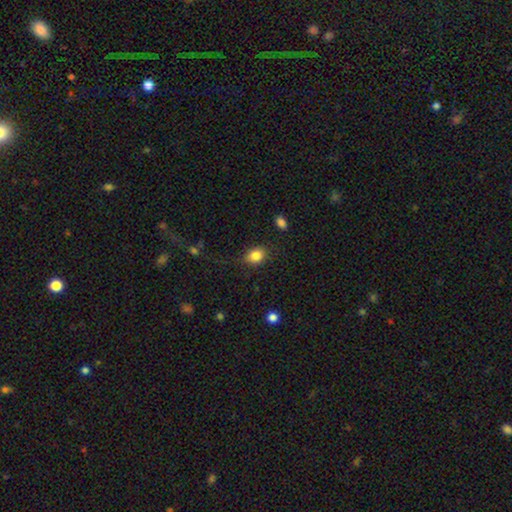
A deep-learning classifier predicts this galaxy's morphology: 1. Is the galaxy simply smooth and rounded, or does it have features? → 84% smooth, 9% star or artifact, 6% featured or disk.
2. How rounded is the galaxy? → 56% in between, 43% round, 1% cigar-shaped.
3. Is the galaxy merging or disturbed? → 80% none, 14% minor disturbance, 4% major disturbance, 1% merger.